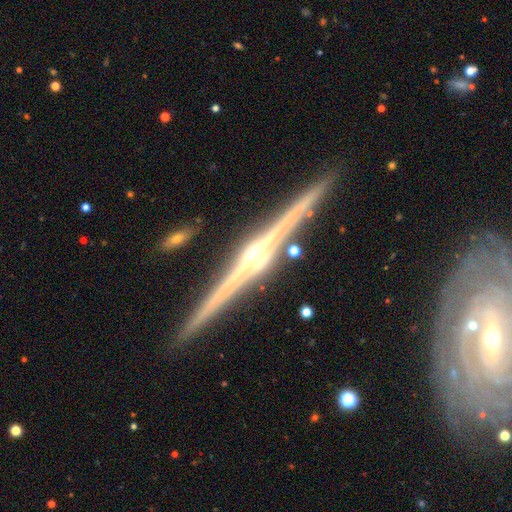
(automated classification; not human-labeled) smooth-or-featured: featured or disk: 90% | smooth: 5% | star or artifact: 5%
  disk-edge-on: yes: 99% | no: 1%
    edge-on-bulge: rounded: 87% | boxy: 8% | none: 5%
  merging: none: 91% | minor disturbance: 6% | merger: 2% | major disturbance: 1%